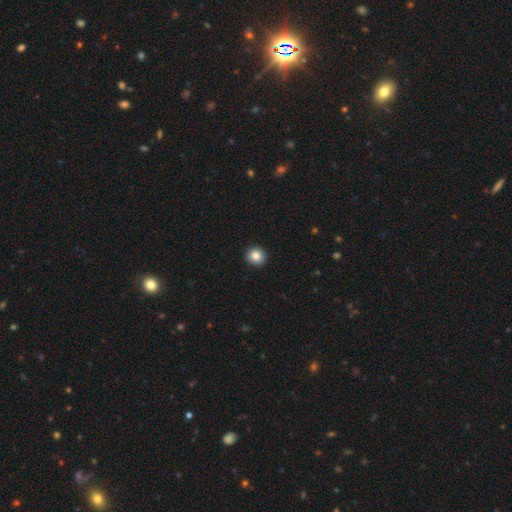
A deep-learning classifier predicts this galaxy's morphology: Smooth or featured: smooth — 84% (star or artifact — 9%)
How rounded: round — 93% (in between — 6%)
Merging: none — 93% (minor disturbance — 4%)